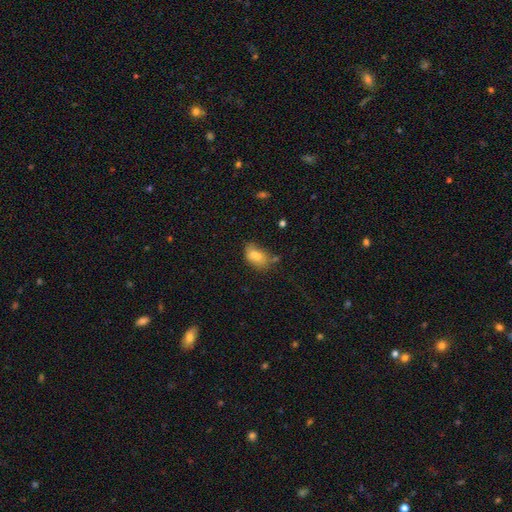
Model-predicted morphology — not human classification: A smooth galaxy with no disk features (78%) that is in between round and cigar-shaped (87%).

Vote fractions:
- Smooth or featured? smooth: 78% / featured or disk: 13% / star or artifact: 9%
- How rounded? in between: 87% / round: 11% / cigar-shaped: 2%
- Merging? none: 47% / minor disturbance: 29% / merger: 13% / major disturbance: 11%